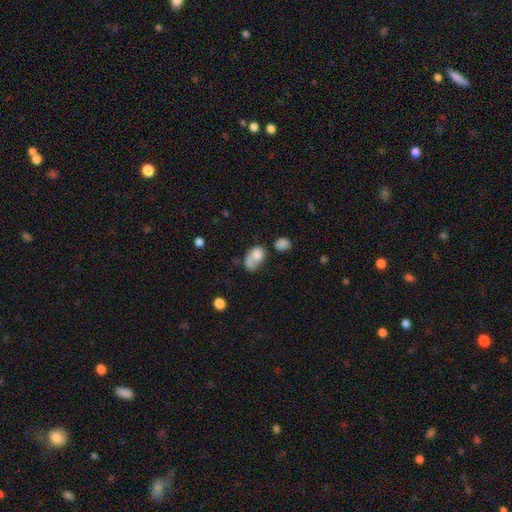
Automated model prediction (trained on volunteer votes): The model was most divided on "merging": merger: 34%, none: 25%, major disturbance: 23%, minor disturbance: 18%. More confident: how rounded — in between (73%); smooth or featured — smooth (73%).